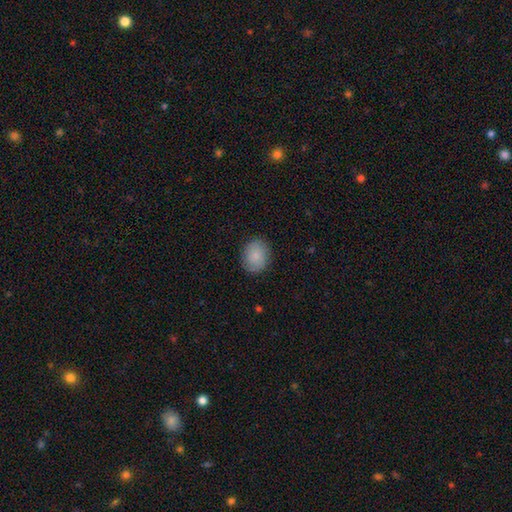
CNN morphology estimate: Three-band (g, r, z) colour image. It shows a smooth galaxy with no disk features (83%) that is round (60%). Merging: none (86%).